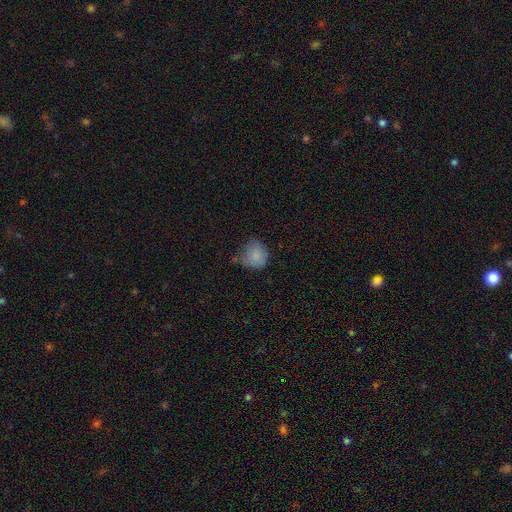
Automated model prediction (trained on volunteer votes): Smooth or featured? smooth (81%)
How rounded? round (77%)
Merging? none (55%)